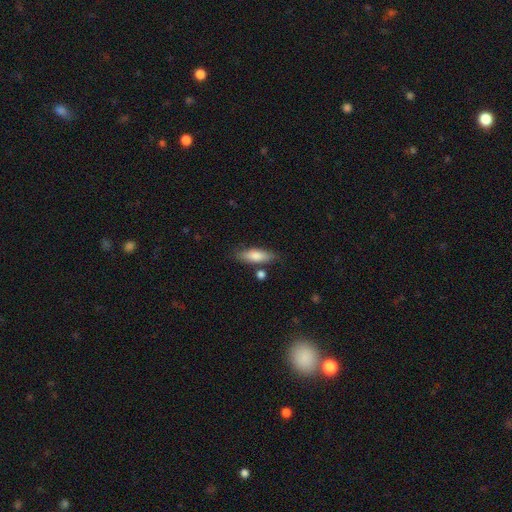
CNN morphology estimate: The model was most divided on "how rounded": in between: 56%, cigar-shaped: 42%, round: 2%. More confident: smooth or featured — smooth (79%); merging — none (75%).